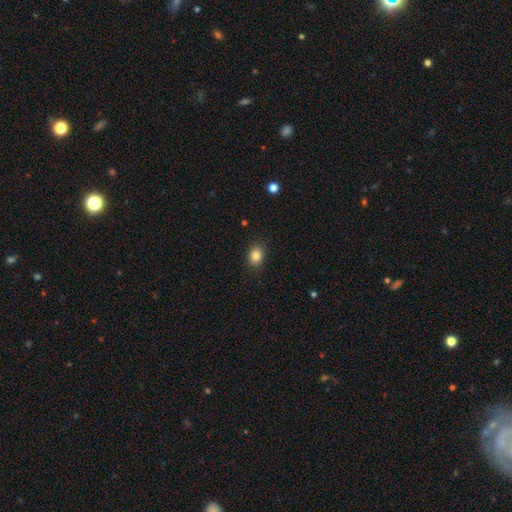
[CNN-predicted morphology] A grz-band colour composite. It shows a smooth galaxy with no disk features (85%) that is in between round and cigar-shaped (58%). Merging: none (87%).